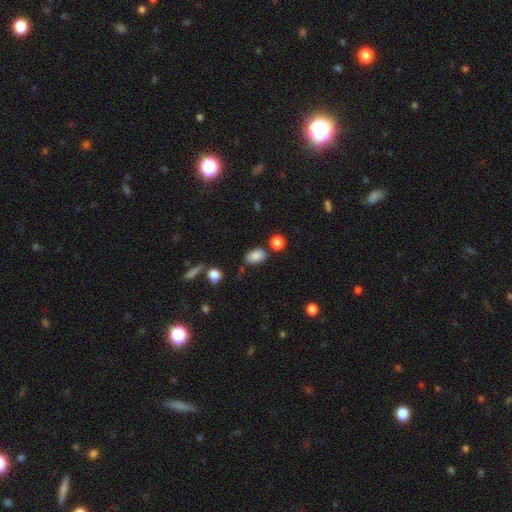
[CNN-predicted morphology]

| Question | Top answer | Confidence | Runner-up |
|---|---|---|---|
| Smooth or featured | smooth | 85% | star or artifact (10%) |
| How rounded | in between | 86% | round (12%) |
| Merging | none | 73% | minor disturbance (16%) |